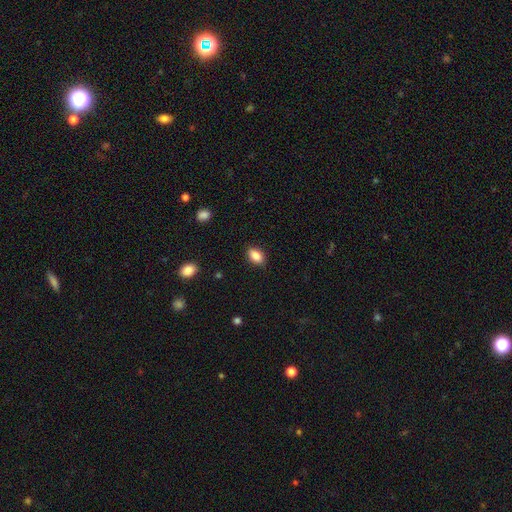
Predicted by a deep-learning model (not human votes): Q: Smooth or featured?
A: smooth (87%); runner-up: star or artifact (8%)
Q: How rounded?
A: in between (88%); runner-up: round (10%)
Q: Merging?
A: none (87%); runner-up: minor disturbance (10%)